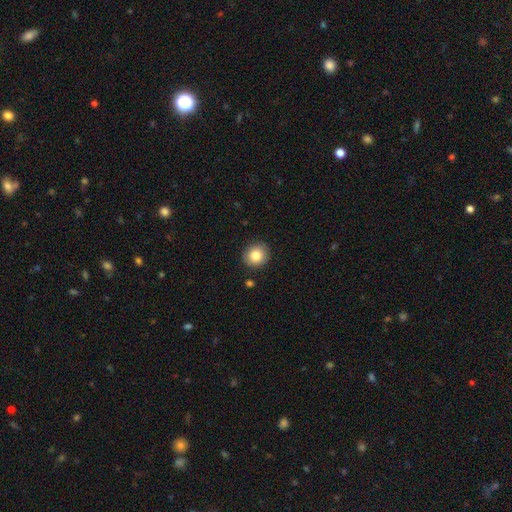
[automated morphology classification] A smooth galaxy with no disk features (83%) that is round (86%). Merging: none (90%).